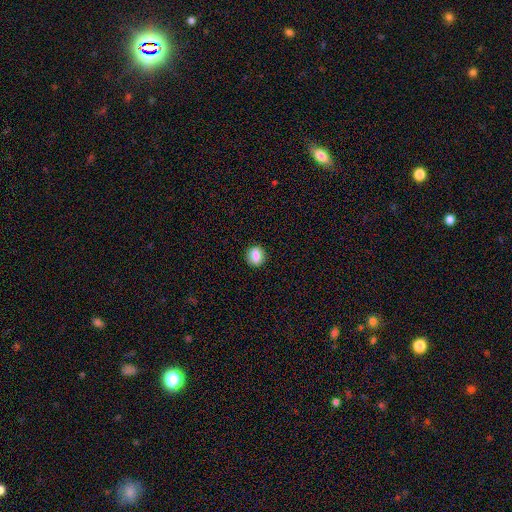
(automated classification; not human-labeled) A smooth galaxy with no disk features (78%) that is round (67%). Merging: none (89%).